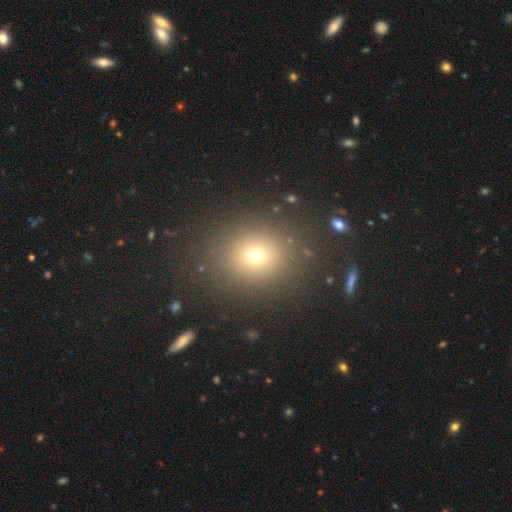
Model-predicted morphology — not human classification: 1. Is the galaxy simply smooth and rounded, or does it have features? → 69% smooth, 20% star or artifact, 10% featured or disk.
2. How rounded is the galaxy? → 80% round, 19% in between, 1% cigar-shaped.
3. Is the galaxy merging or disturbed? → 86% none, 7% minor disturbance, 4% major disturbance, 2% merger.